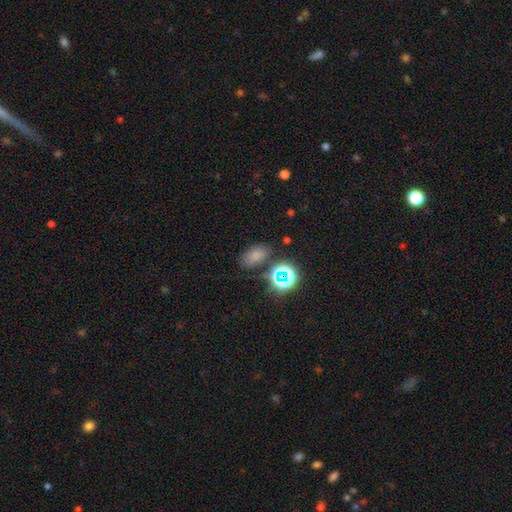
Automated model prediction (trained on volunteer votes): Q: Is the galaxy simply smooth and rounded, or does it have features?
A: smooth — 67%.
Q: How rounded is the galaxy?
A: in between — 85%.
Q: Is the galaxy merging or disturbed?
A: none — 69%.